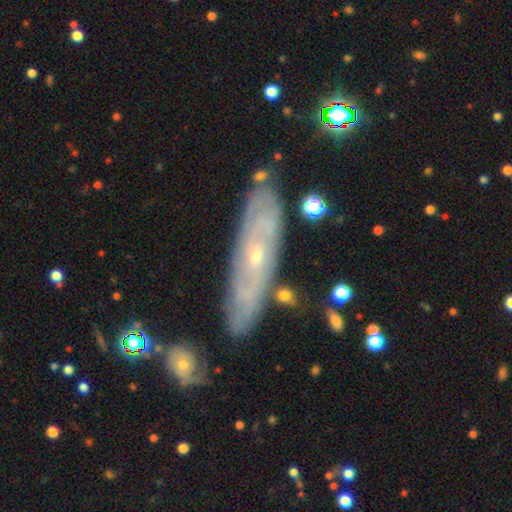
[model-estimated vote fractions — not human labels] Q: Smooth or featured?
A: featured or disk (78%); runner-up: smooth (14%)
Q: Edge-on disk?
A: no (71%); runner-up: yes (29%)
Q: Bar?
A: no (75%); runner-up: weak (20%)
Q: Spiral arms?
A: yes (88%); runner-up: no (12%)
Q: Bulge size?
A: small (79%); runner-up: moderate (18%)
Q: Merging?
A: none (83%); runner-up: minor disturbance (12%)